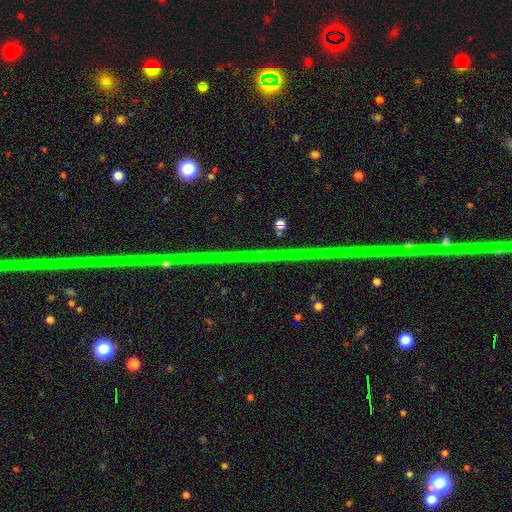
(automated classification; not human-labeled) This appears to be a star or artifact, not a galaxy (83%).